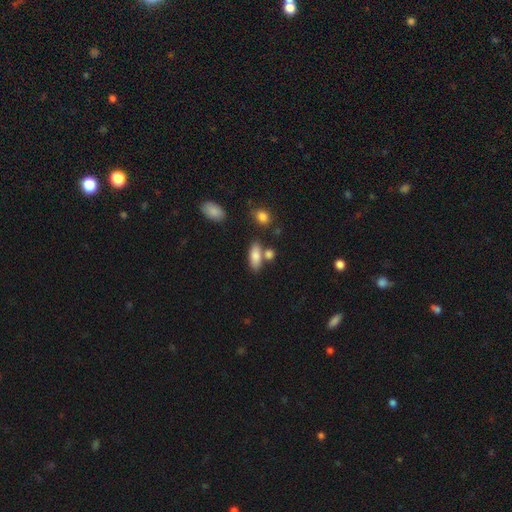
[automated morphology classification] Overall: smooth (82%). How rounded: in between (78%). Merging: none (63%).